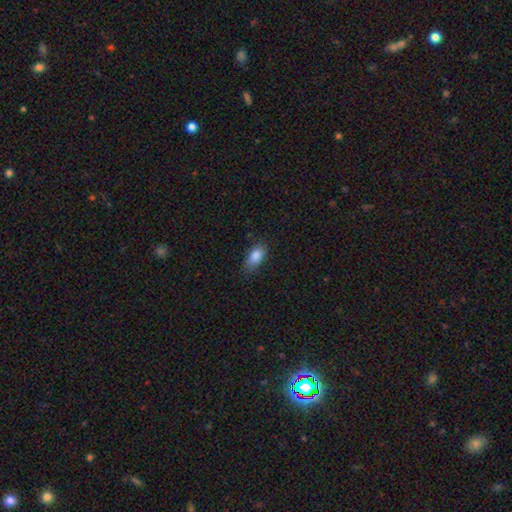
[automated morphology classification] A smooth galaxy with no disk features (85%) that is in between round and cigar-shaped (89%).

Vote fractions:
- Smooth or featured? smooth: 85% / star or artifact: 8% / featured or disk: 7%
- How rounded? in between: 89% / cigar-shaped: 5% / round: 5%
- Merging? none: 76% / minor disturbance: 18% / major disturbance: 4% / merger: 1%